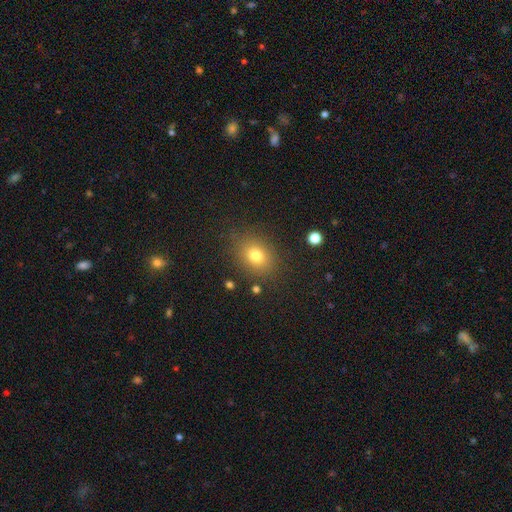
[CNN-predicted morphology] A smooth galaxy with no disk features (77%) that is round (53%).

Vote fractions:
- Smooth or featured? smooth: 77% / star or artifact: 14% / featured or disk: 9%
- How rounded? round: 53% / in between: 46% / cigar-shaped: 1%
- Merging? none: 83% / minor disturbance: 11% / major disturbance: 4% / merger: 2%